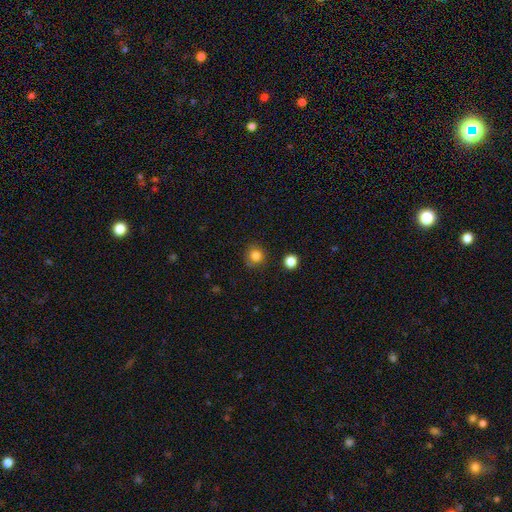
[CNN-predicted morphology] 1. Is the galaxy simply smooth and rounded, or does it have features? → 83% smooth, 11% star or artifact, 6% featured or disk.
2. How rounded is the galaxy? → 92% round, 7% in between, 1% cigar-shaped.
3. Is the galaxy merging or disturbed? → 85% none, 9% minor disturbance, 3% major disturbance, 2% merger.